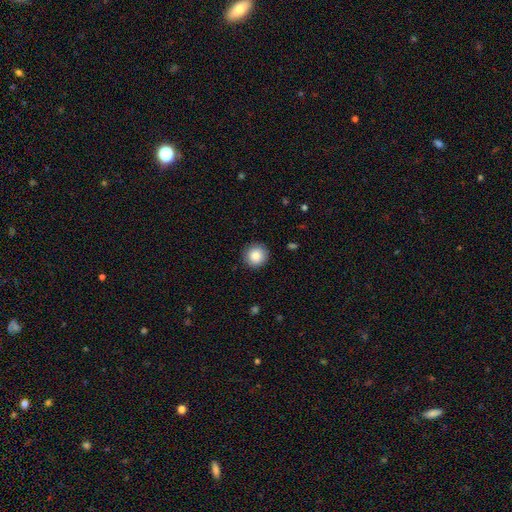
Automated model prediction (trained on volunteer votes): Smooth or featured? Predicted: smooth (p=0.87). How rounded? Predicted: round (p=0.93). Merging? Predicted: none (p=0.91).